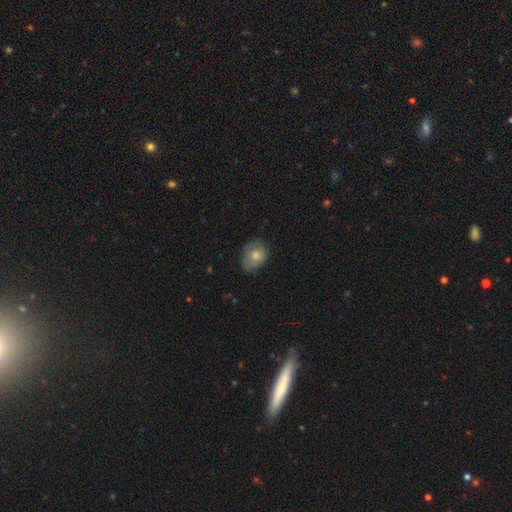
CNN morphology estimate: This is likely a smooth galaxy (69%). How rounded: possibly in between (53%). Merging: likely none (61%).